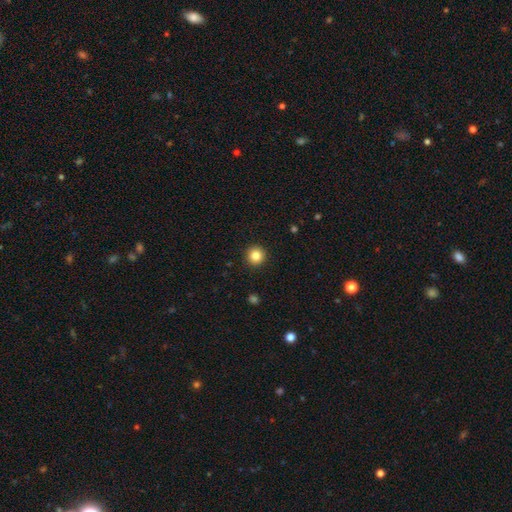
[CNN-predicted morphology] A smooth galaxy with no disk features (84%) that is round (95%). Merging: none (93%).